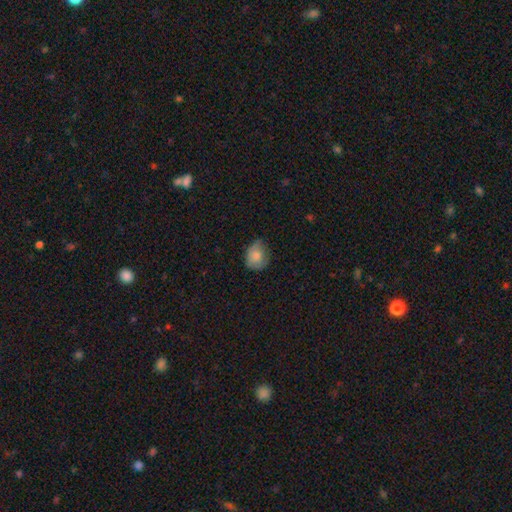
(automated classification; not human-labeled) This appears to be a smooth galaxy with no disk features (76%) that is round (54%). Merging: none (56%).